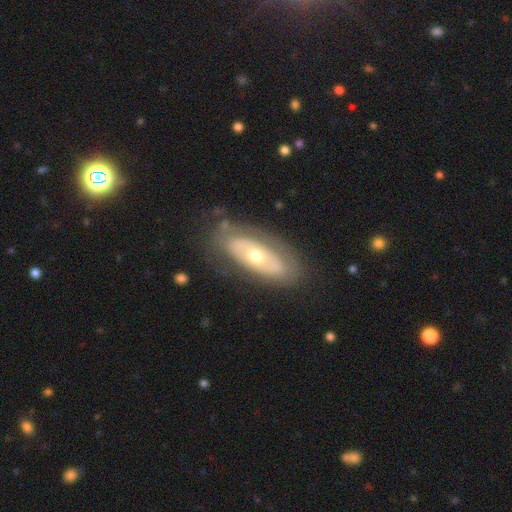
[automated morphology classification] This appears to be a featured or disk galaxy (61%) with no bar (87%), no spiral arms (75%) and a moderate central bulge (60%). Merging: none (75%).